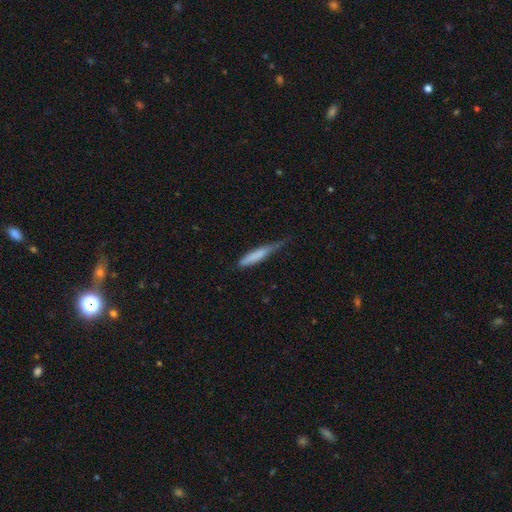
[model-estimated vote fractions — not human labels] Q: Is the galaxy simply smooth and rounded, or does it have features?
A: smooth — 74%.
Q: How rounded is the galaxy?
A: cigar-shaped — 91%.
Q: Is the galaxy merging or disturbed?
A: none — 48%.